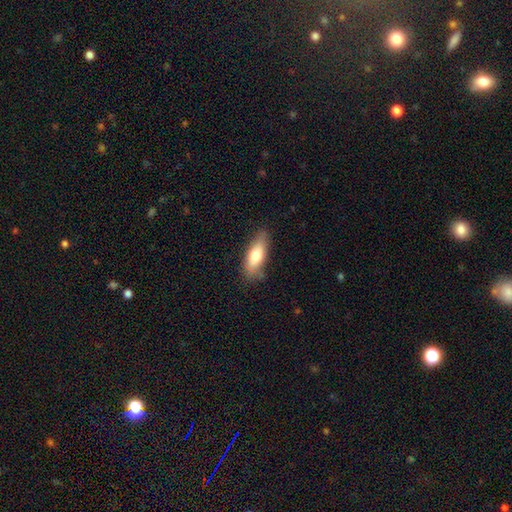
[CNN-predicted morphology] Smooth or featured? smooth (73%)
How rounded? in between (68%)
Merging? none (76%)